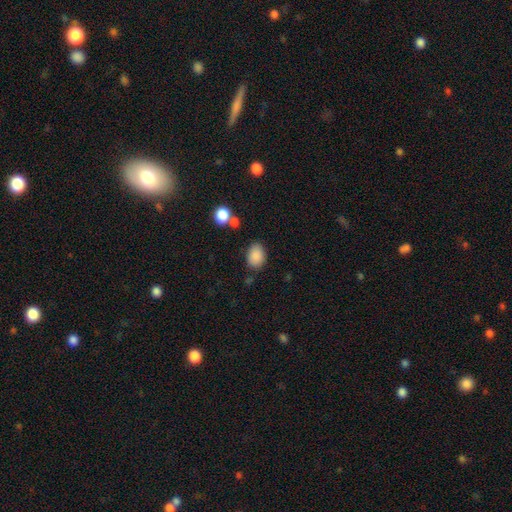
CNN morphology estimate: type=smooth (87%); roundness=in between (79%); merging=none (77%).